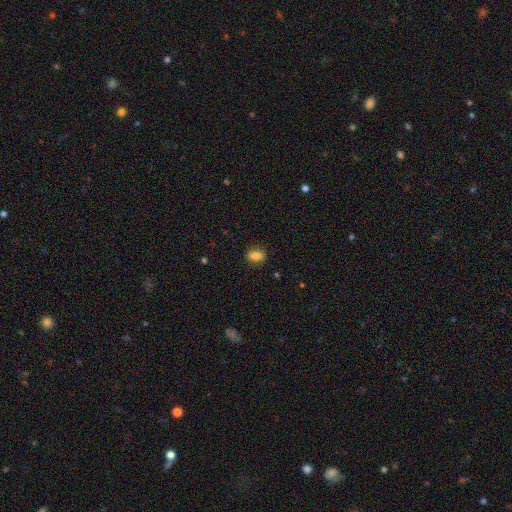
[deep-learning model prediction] A smooth galaxy with no disk features (77%) that is in between round and cigar-shaped (74%). Merging: none (84%).